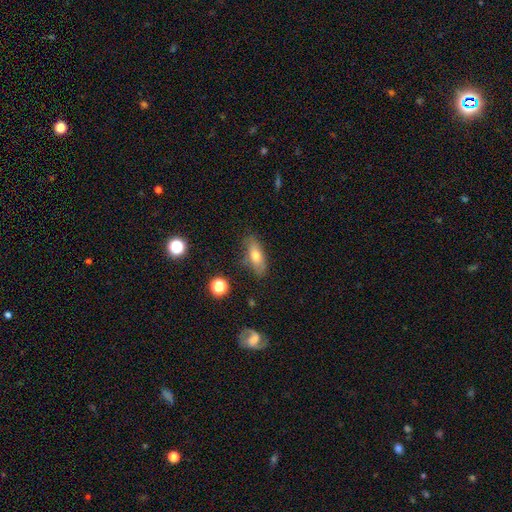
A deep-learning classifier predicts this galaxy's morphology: This is likely a smooth galaxy (68%). How rounded: likely in between (71%). Merging: likely none (77%).